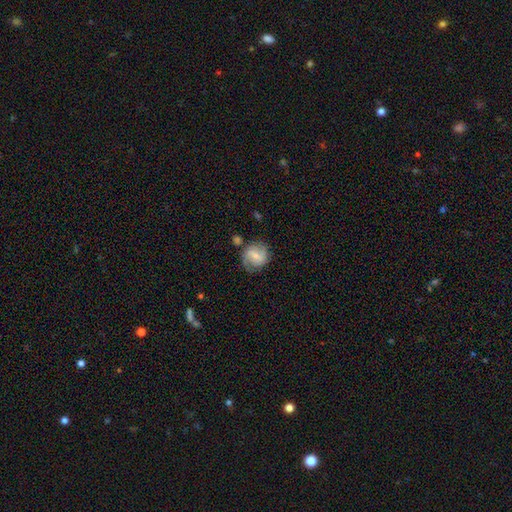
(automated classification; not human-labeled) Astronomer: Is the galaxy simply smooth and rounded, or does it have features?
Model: featured or disk — 47% (runner-up: smooth, 46%).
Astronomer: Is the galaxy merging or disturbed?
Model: none — 66%.